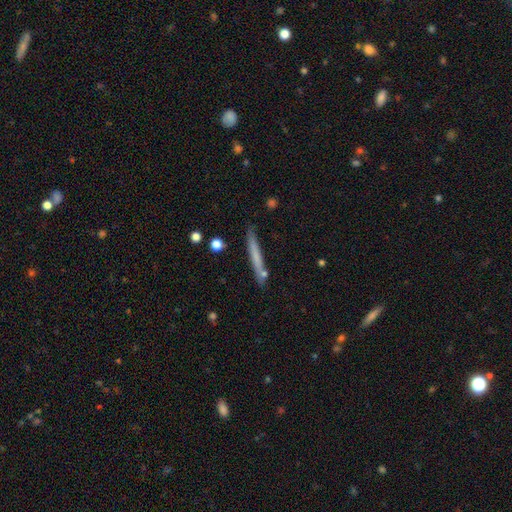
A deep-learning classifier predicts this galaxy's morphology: type=smooth (62%); roundness=cigar-shaped (96%); merging=none (79%).